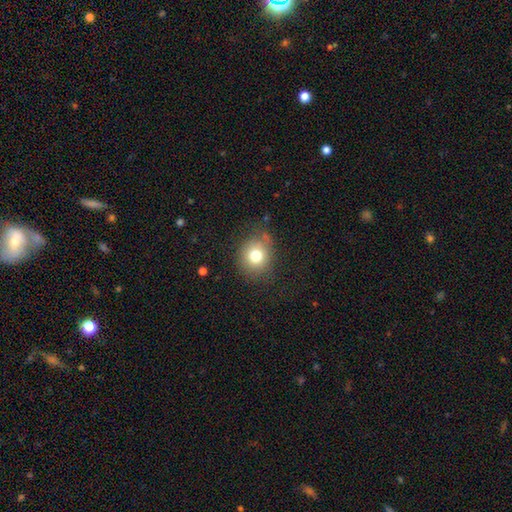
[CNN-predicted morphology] Smooth or featured? smooth (77%)
How rounded? round (75%)
Merging? none (73%)